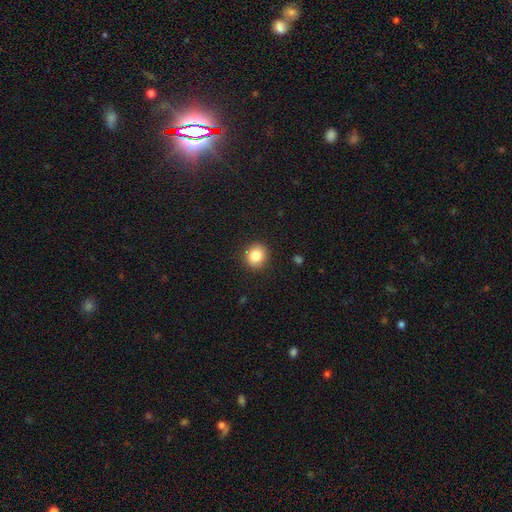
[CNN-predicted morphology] Q: Smooth or featured?
A: smooth (84%); runner-up: star or artifact (9%)
Q: How rounded?
A: round (82%); runner-up: in between (17%)
Q: Merging?
A: none (90%); runner-up: minor disturbance (7%)